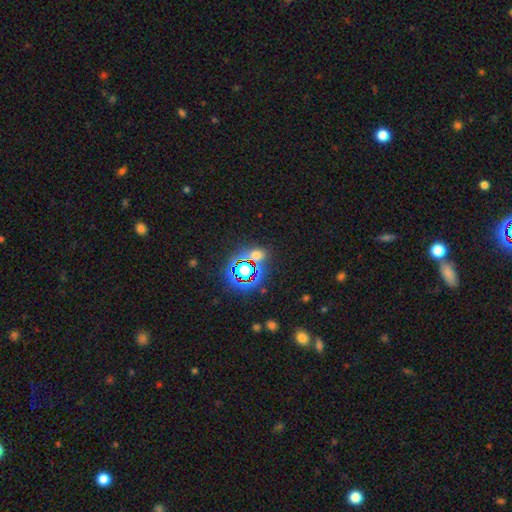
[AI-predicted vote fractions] Smooth or featured? star or artifact (49%)